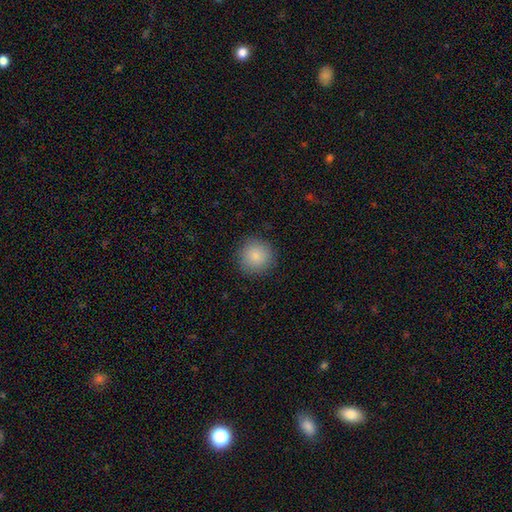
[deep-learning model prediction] Smooth or featured?
  - smooth: 87% *
  - star or artifact: 8%
  - featured or disk: 5%
How rounded?
  - round: 94% *
  - in between: 5%
  - cigar-shaped: 1%
Merging?
  - none: 88% *
  - minor disturbance: 8%
  - major disturbance: 3%
  - merger: 1%